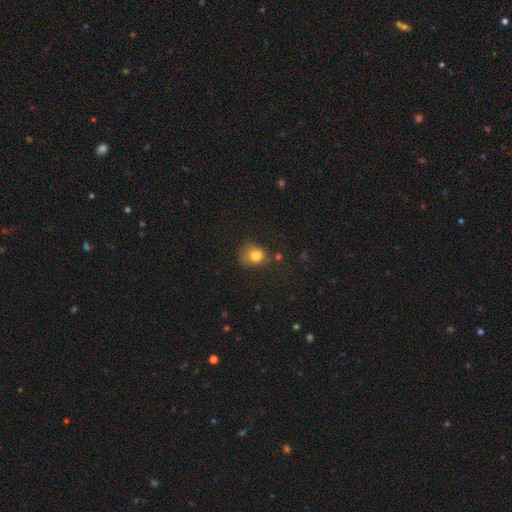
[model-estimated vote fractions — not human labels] smooth-or-featured: smooth: 80% | star or artifact: 11% | featured or disk: 9%
  how-rounded: round: 65% | in between: 34% | cigar-shaped: 1%
  merging: none: 46% | minor disturbance: 31% | major disturbance: 16% | merger: 6%